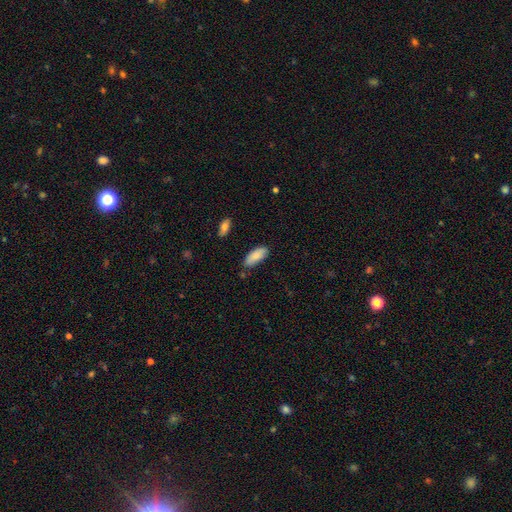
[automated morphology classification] Smooth or featured? smooth (86%)
How rounded? in between (81%)
Merging? none (74%)